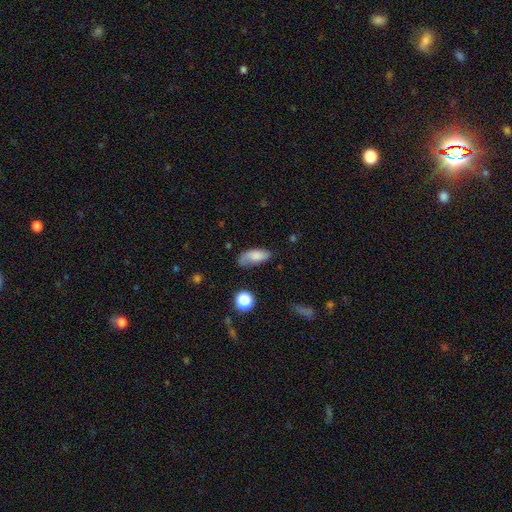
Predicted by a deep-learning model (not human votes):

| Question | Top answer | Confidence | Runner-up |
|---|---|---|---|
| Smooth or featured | smooth | 77% | featured or disk (14%) |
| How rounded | in between | 87% | cigar-shaped (10%) |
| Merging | none | 58% | minor disturbance (29%) |